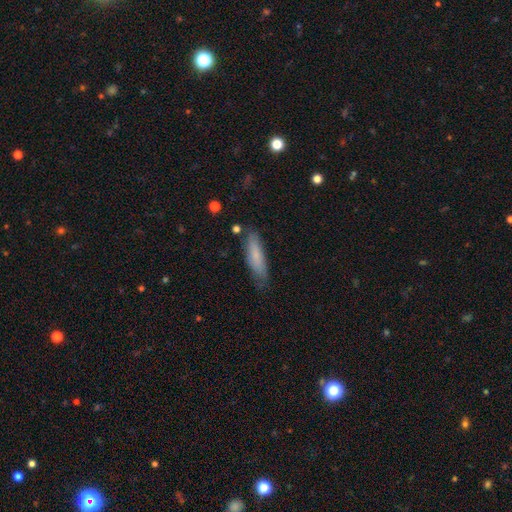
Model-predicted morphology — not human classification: type=smooth (75%); roundness=cigar-shaped (66%); merging=none (72%).